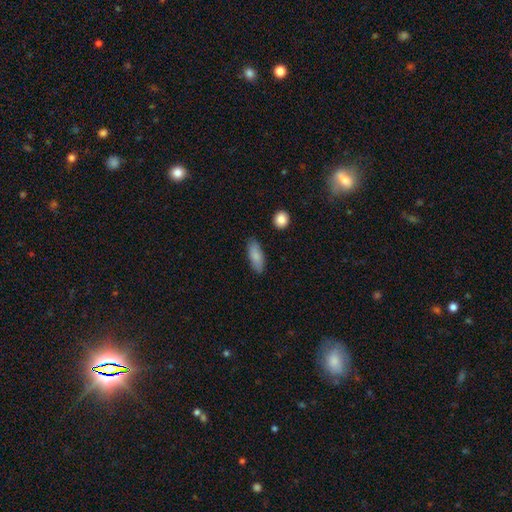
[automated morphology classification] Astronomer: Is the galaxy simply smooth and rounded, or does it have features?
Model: smooth — 84%.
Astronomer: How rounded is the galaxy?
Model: in between — 74%.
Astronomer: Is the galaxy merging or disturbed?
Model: none — 83%.